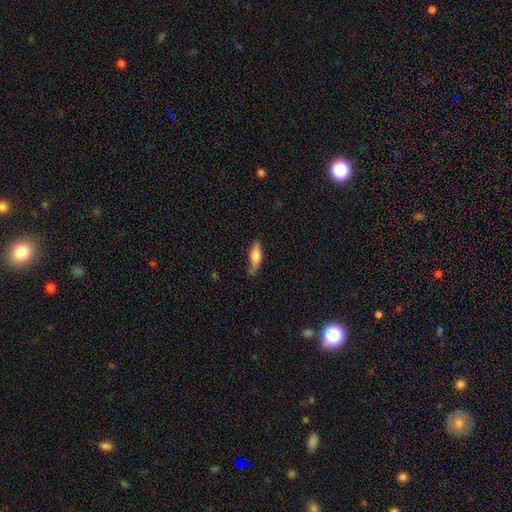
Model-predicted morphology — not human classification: smooth 77%, featured or disk 17%, star or artifact 7%. Down the decision tree: how rounded — in between (57%); merging — none (62%).